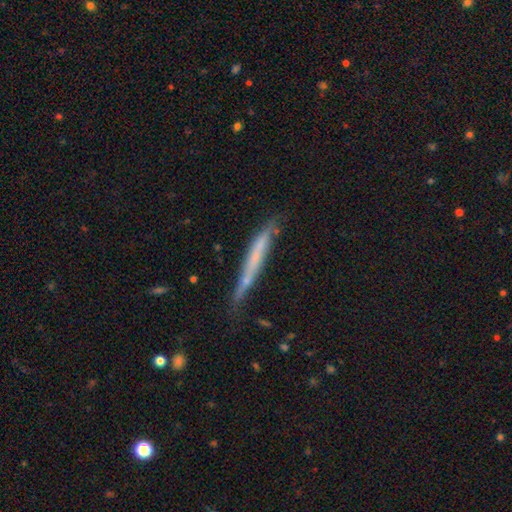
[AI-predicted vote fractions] Smooth or featured: smooth — 50% (featured or disk — 43%)
How rounded: cigar-shaped — 96% (in between — 3%)
Merging: none — 65% (minor disturbance — 26%)